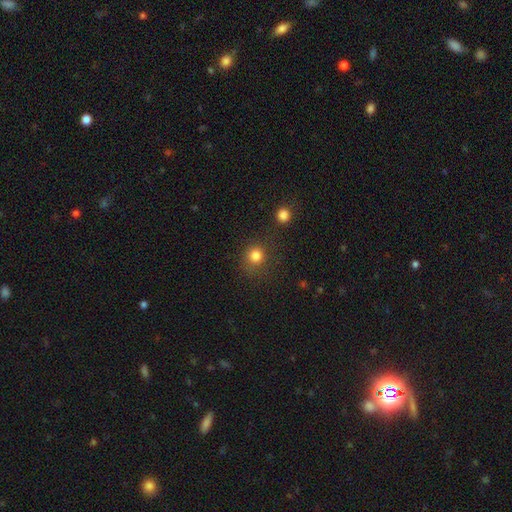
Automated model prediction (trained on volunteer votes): The model was most divided on "merging": none: 76%, minor disturbance: 11%, merger: 7%, major disturbance: 6%. More confident: how rounded — round (89%); smooth or featured — smooth (81%).